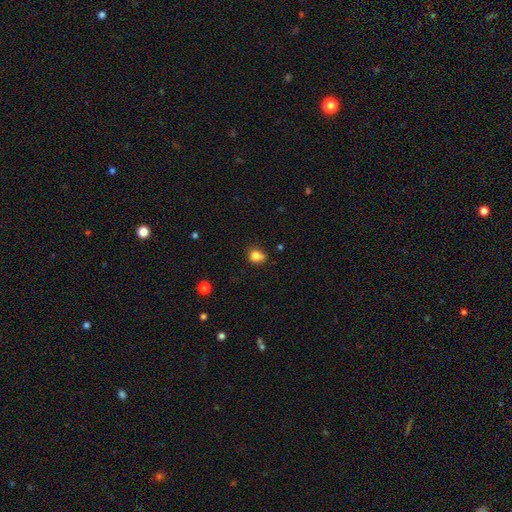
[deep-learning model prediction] Smooth or featured?
  - smooth: 81% *
  - star or artifact: 12%
  - featured or disk: 7%
How rounded?
  - round: 63% *
  - in between: 36%
  - cigar-shaped: 1%
Merging?
  - none: 62% *
  - minor disturbance: 28%
  - major disturbance: 6%
  - merger: 5%